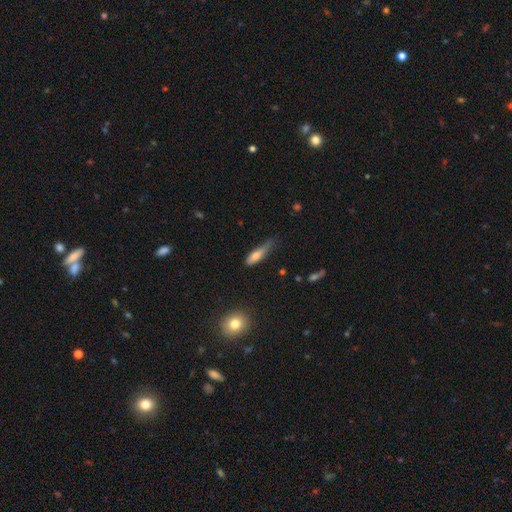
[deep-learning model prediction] smooth-or-featured: smooth: 68% | featured or disk: 24% | star or artifact: 8%
  how-rounded: cigar-shaped: 65% | in between: 32% | round: 3%
  merging: minor disturbance: 42% | none: 40% | major disturbance: 15% | merger: 3%